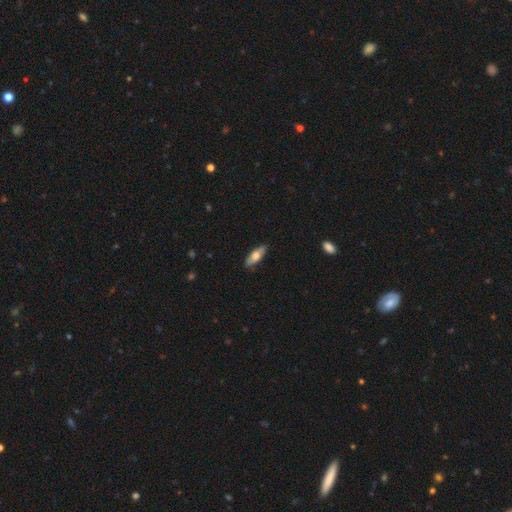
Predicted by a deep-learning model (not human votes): smooth_or_featured: smooth (p=0.61) [alt: featured or disk p=0.33]
how_rounded: in between (p=0.62) [alt: cigar-shaped p=0.35]
merging: none (p=0.88) [alt: minor disturbance p=0.10]